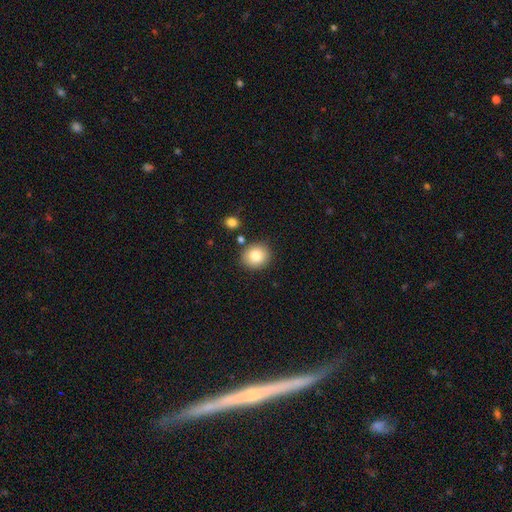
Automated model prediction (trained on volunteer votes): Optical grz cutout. It shows a smooth galaxy with no disk features (82%) that is round (81%). Merging: none (84%).